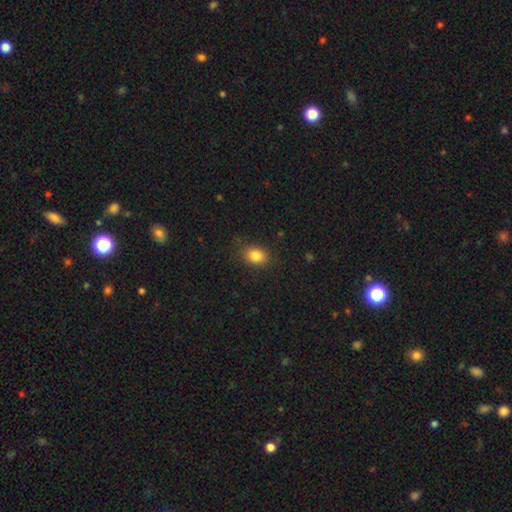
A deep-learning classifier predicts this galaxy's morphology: Smooth or featured? smooth (84%)
How rounded? in between (59%)
Merging? none (84%)